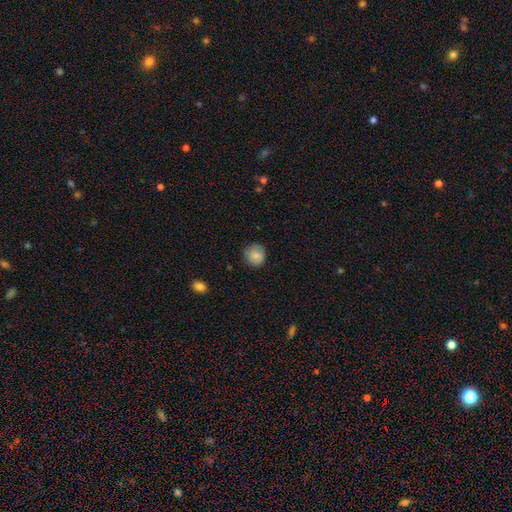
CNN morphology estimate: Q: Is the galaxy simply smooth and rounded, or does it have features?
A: smooth — 85%.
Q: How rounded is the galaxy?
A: round — 88%.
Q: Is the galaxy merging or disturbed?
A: none — 78%.